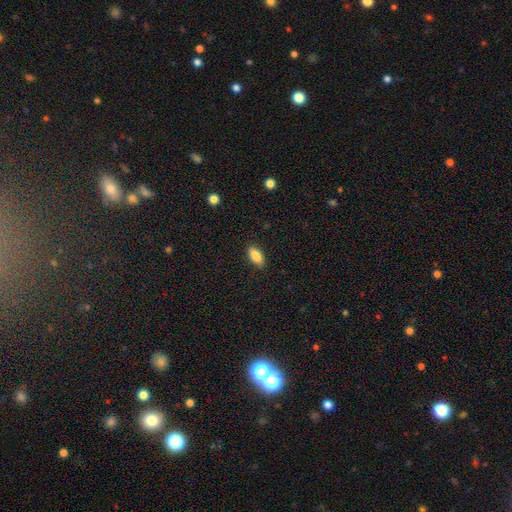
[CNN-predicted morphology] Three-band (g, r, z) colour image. It shows a smooth galaxy with no disk features (85%) that is in between round and cigar-shaped (88%). Merging: none (88%).